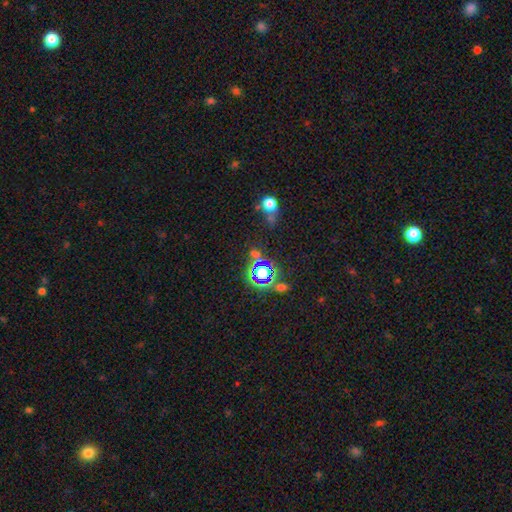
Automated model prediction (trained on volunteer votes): Morphology: type=star or artifact (69%).